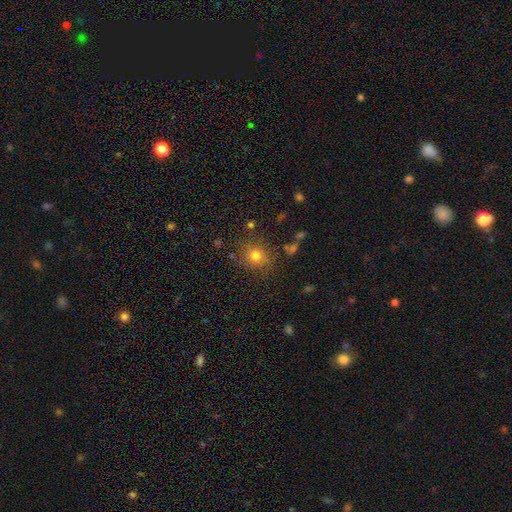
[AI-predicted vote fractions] A smooth galaxy with no disk features (77%) that is round (84%).

Vote fractions:
- Smooth or featured? smooth: 77% / star or artifact: 15% / featured or disk: 9%
- How rounded? round: 84% / in between: 15% / cigar-shaped: 1%
- Merging? none: 81% / minor disturbance: 11% / major disturbance: 4% / merger: 3%